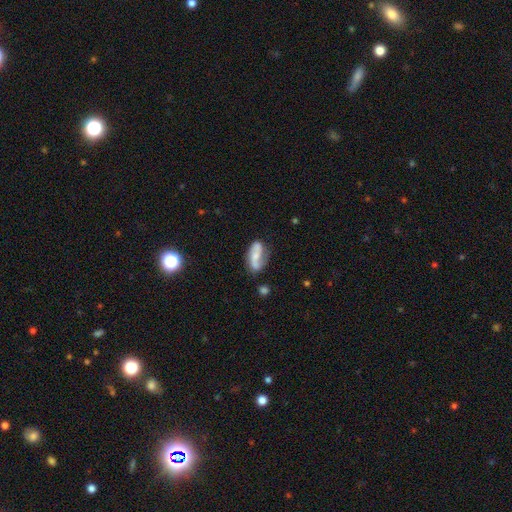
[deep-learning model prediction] featured or disk 63%, smooth 30%, star or artifact 7%. Down the decision tree: edge-on disk — no (94%); bar — no (49%); spiral arms — yes (89%); spiral arm count — 2 (83%); spiral winding — loose (49%); bulge size — small (43%); merging — none (62%).